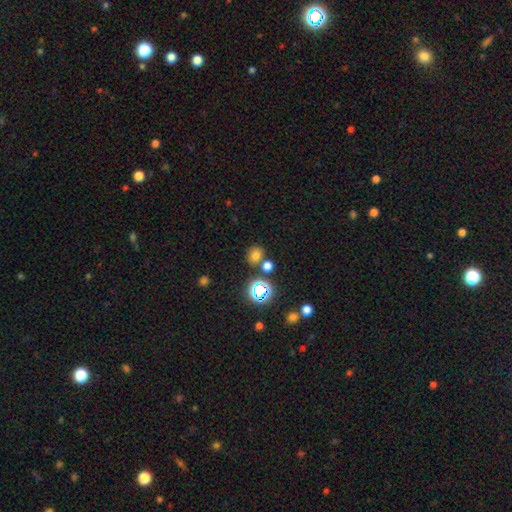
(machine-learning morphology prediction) The model was most divided on "smooth or featured": smooth: 68%, star or artifact: 24%, featured or disk: 8%. More confident: how rounded — round (74%); merging — none (70%).